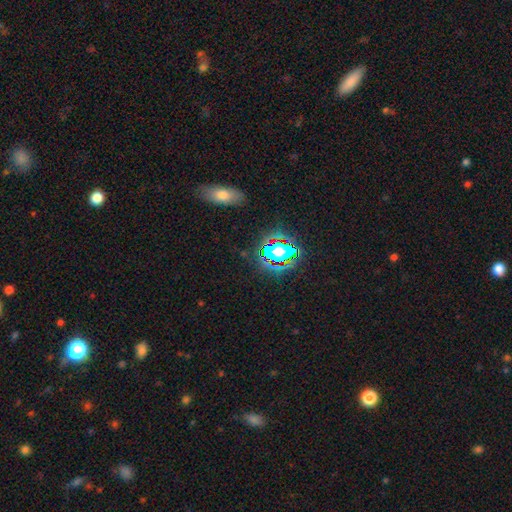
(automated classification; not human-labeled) A star or artifact, not a galaxy (70%).

Vote fractions:
- Smooth or featured? star or artifact: 70% / smooth: 20% / featured or disk: 11%